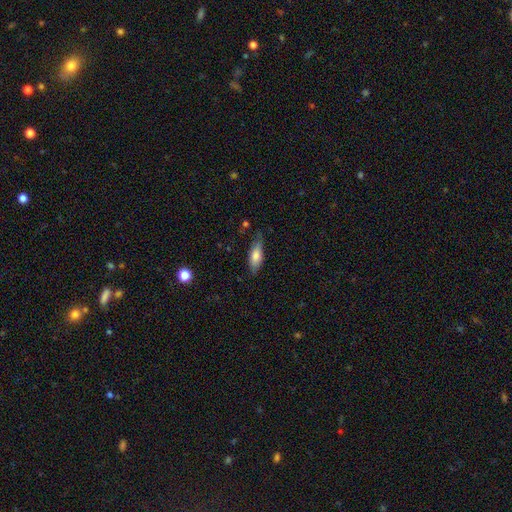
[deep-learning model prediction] A smooth galaxy with no disk features (74%) that is in between round and cigar-shaped (66%).

Vote fractions:
- Smooth or featured? smooth: 74% / featured or disk: 19% / star or artifact: 7%
- How rounded? in between: 66% / cigar-shaped: 32% / round: 2%
- Merging? none: 69% / minor disturbance: 24% / major disturbance: 5% / merger: 2%